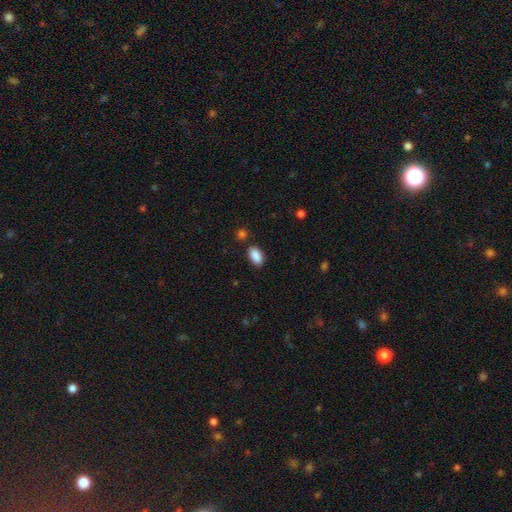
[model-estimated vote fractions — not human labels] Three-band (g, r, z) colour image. It shows a smooth galaxy with no disk features (89%) that is in between round and cigar-shaped (92%). Merging: none (81%).